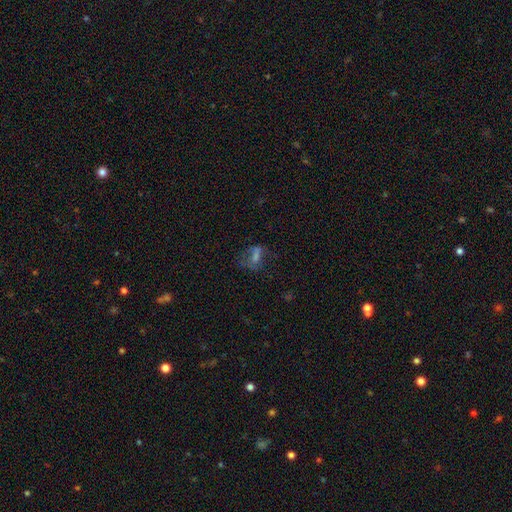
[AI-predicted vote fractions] Morphology: type=featured or disk (36%); merging=none (49%).